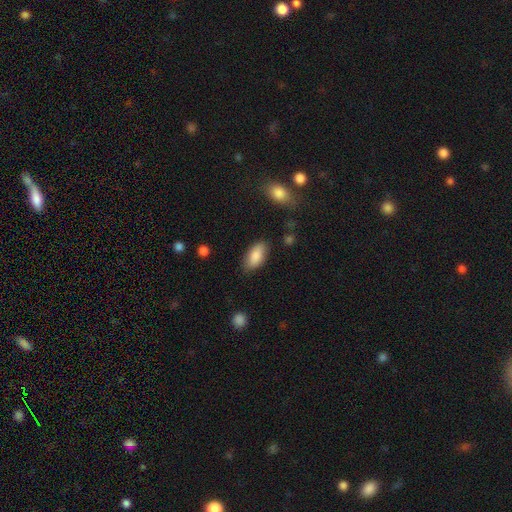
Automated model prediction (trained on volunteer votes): Smooth or featured? smooth (85%)
How rounded? in between (90%)
Merging? none (82%)